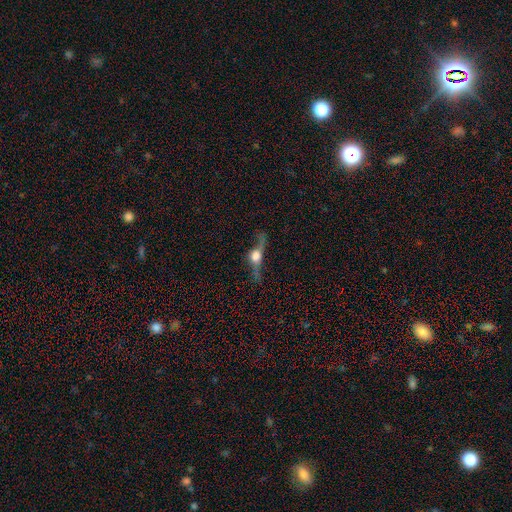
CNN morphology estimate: Smooth or featured? Predicted: featured or disk (p=0.65). Edge-on disk? Predicted: yes (p=0.78). Edge-on bulge? Predicted: rounded (p=0.94). Merging? Predicted: none (p=0.56).